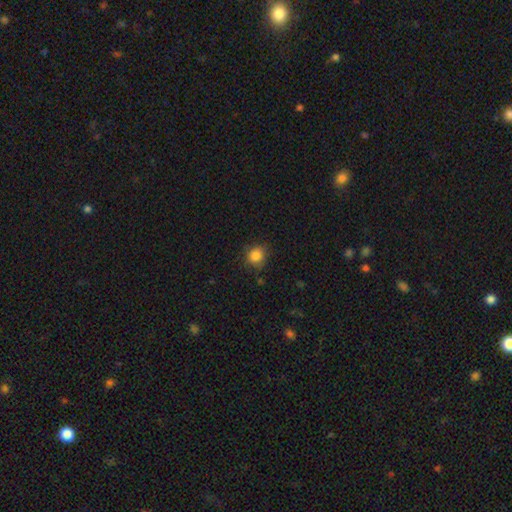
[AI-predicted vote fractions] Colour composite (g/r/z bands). It shows a smooth galaxy with no disk features (85%) that is round (84%). Merging: none (77%).